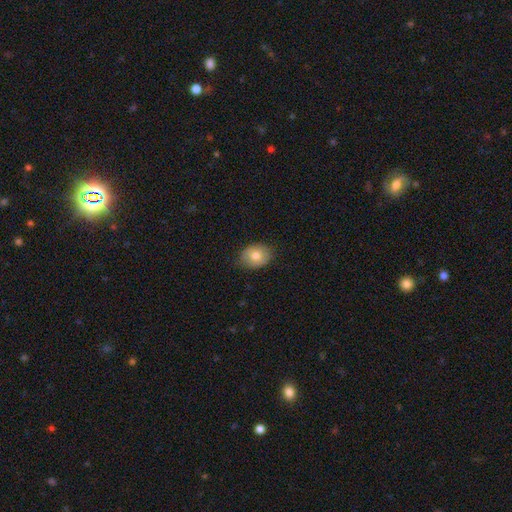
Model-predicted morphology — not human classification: Smooth or featured?
  - smooth: 75% *
  - featured or disk: 17%
  - star or artifact: 7%
How rounded?
  - in between: 66% *
  - round: 33%
  - cigar-shaped: 1%
Merging?
  - none: 81% *
  - minor disturbance: 16%
  - major disturbance: 3%
  - merger: 1%